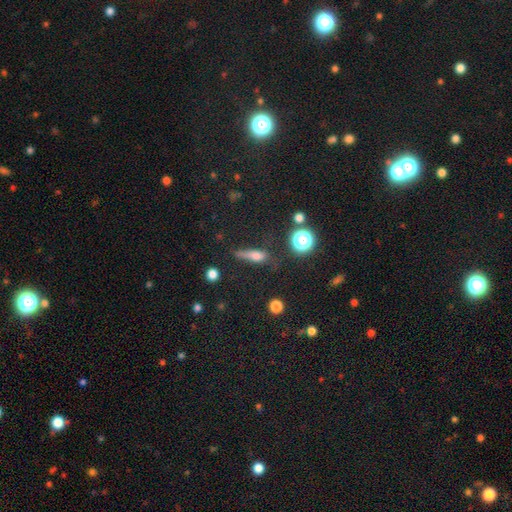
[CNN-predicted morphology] The model was most divided on "smooth or featured": smooth: 56%, featured or disk: 26%, star or artifact: 18%. More confident: how rounded — cigar-shaped (61%); merging — none (57%).